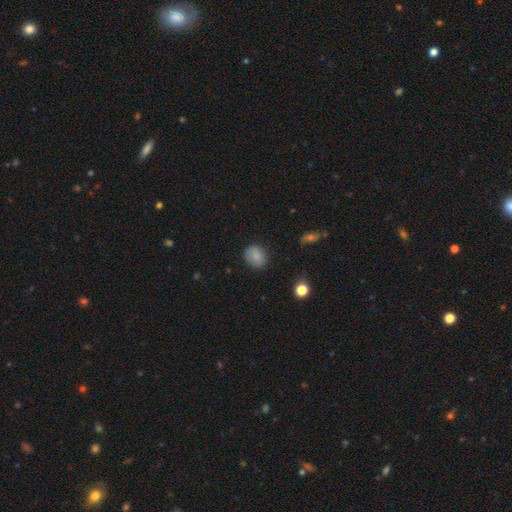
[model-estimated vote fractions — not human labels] Morphology: type=smooth (83%); roundness=round (60%); merging=none (80%).